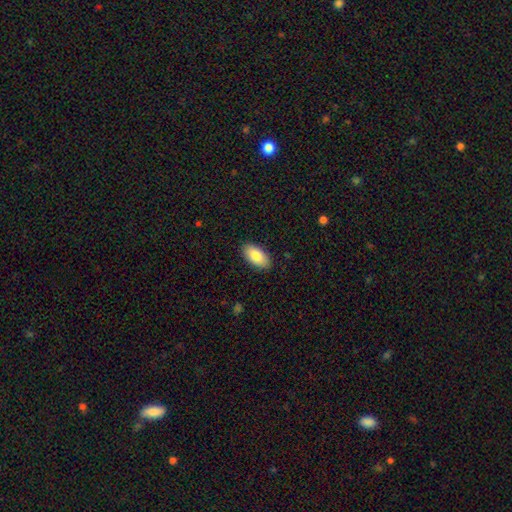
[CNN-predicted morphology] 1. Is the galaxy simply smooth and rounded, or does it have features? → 84% smooth, 10% featured or disk, 6% star or artifact.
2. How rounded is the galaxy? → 94% in between, 3% cigar-shaped, 3% round.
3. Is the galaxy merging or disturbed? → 88% none, 9% minor disturbance, 2% major disturbance, 1% merger.